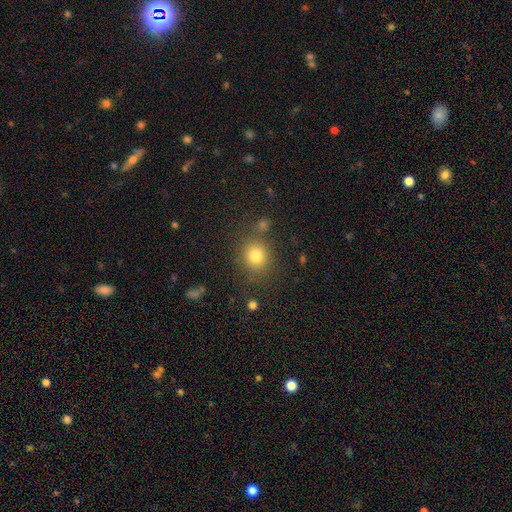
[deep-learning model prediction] A smooth galaxy with no disk features (79%) that is round (85%). Merging: none (80%).